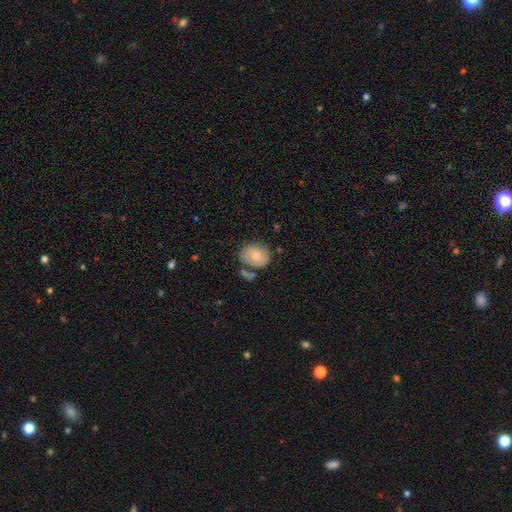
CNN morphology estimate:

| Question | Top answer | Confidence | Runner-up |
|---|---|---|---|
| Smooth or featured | smooth | 72% | featured or disk (21%) |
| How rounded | round | 65% | in between (35%) |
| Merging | none | 63% | minor disturbance (19%) |